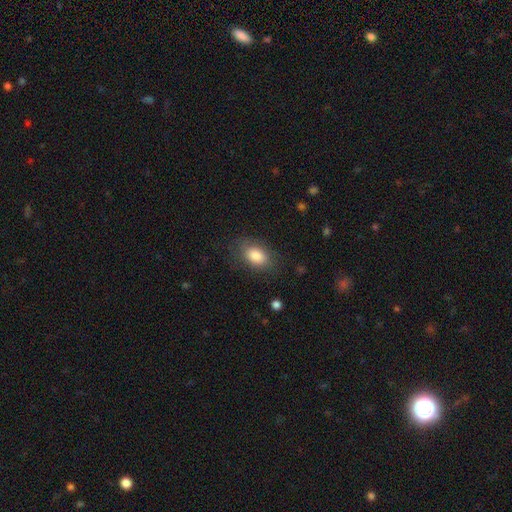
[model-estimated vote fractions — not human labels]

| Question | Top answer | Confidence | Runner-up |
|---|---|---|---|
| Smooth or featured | smooth | 83% | featured or disk (10%) |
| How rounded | in between | 87% | round (11%) |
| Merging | none | 76% | minor disturbance (16%) |